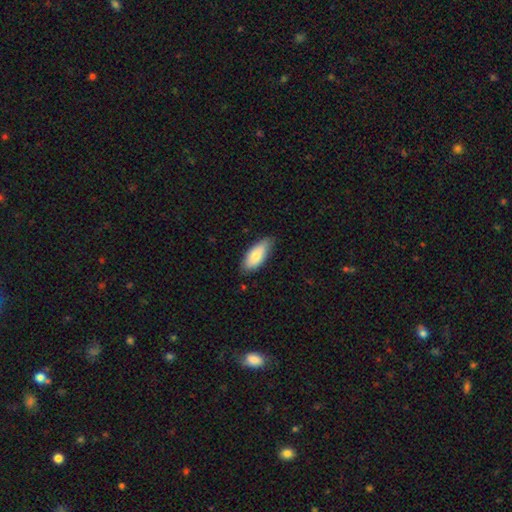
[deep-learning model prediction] Smooth or featured? smooth (77%)
How rounded? in between (86%)
Merging? none (76%)